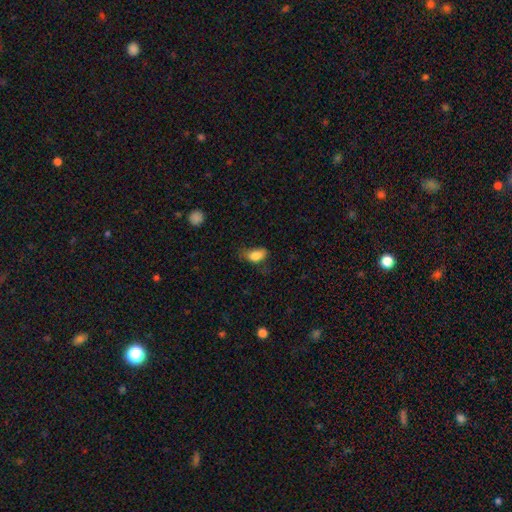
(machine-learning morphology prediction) Smooth or featured?
  - smooth: 84% *
  - star or artifact: 8%
  - featured or disk: 8%
How rounded?
  - in between: 89% *
  - round: 7%
  - cigar-shaped: 4%
Merging?
  - none: 48% *
  - minor disturbance: 35%
  - major disturbance: 15%
  - merger: 2%